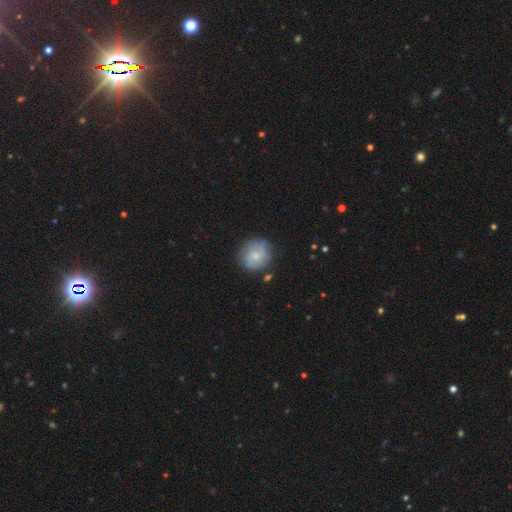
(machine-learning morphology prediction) smooth 48%, featured or disk 44%, star or artifact 7%. Down the decision tree: merging — none (77%).